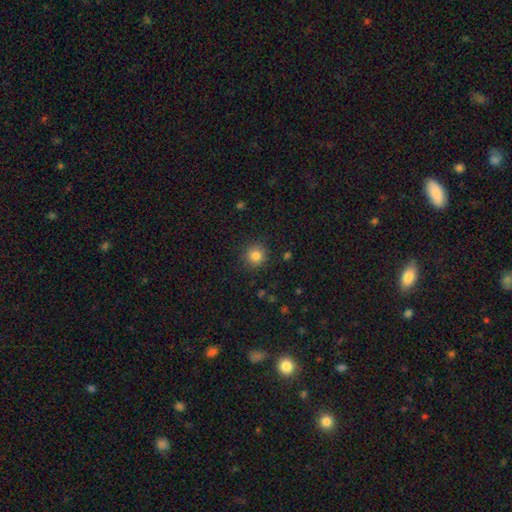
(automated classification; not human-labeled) The model was most divided on "smooth or featured": smooth: 83%, star or artifact: 11%, featured or disk: 5%. More confident: how rounded — round (92%); merging — none (89%).